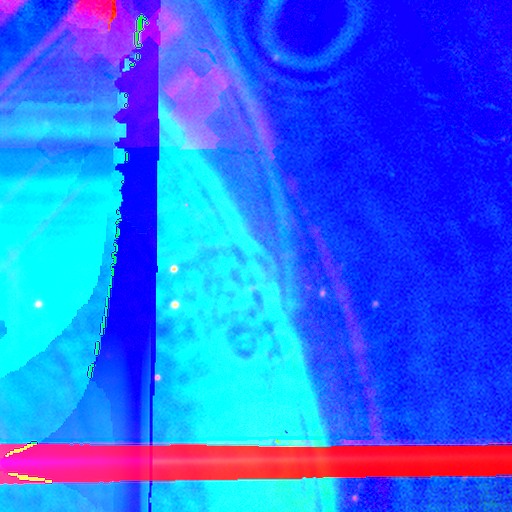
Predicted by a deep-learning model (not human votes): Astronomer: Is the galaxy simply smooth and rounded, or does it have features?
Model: star or artifact — 88%.